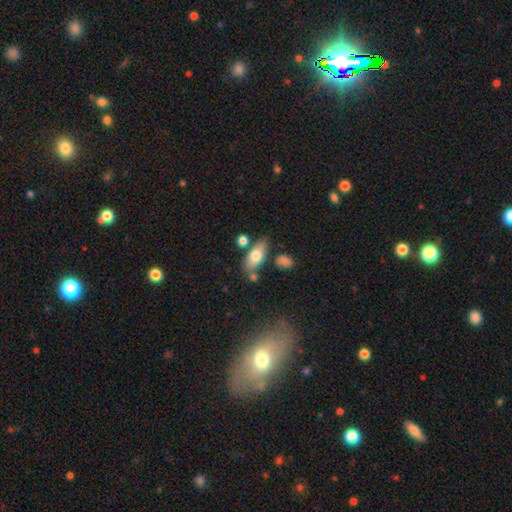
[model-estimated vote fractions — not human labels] Q: Smooth or featured?
A: smooth (71%); runner-up: featured or disk (22%)
Q: How rounded?
A: in between (84%); runner-up: cigar-shaped (12%)
Q: Merging?
A: none (69%); runner-up: minor disturbance (16%)